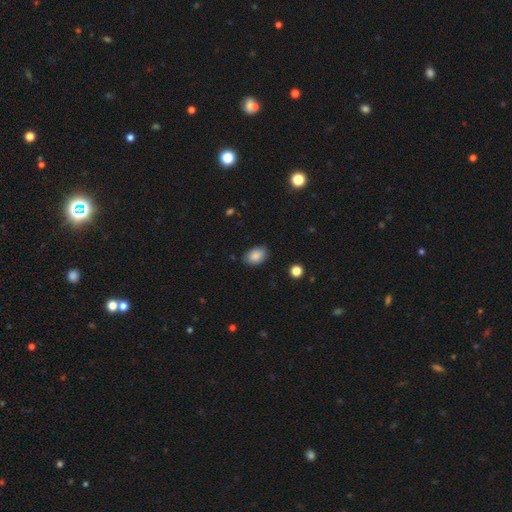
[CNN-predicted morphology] smooth 87%, star or artifact 8%, featured or disk 5%. Down the decision tree: how rounded — in between (86%); merging — none (82%).